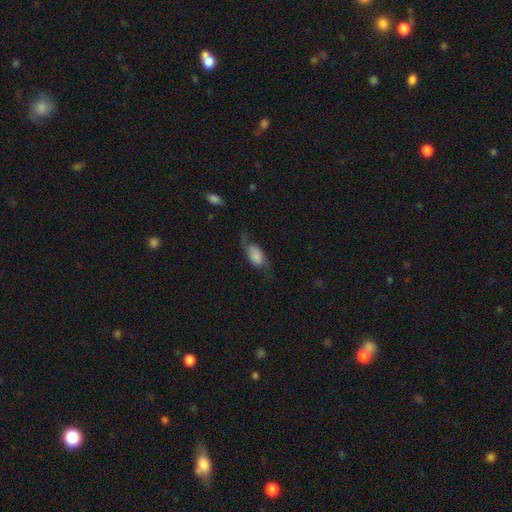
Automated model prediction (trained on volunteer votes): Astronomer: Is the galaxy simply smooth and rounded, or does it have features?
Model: smooth — 58% (runner-up: featured or disk, 34%).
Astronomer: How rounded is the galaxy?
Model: in between — 89%.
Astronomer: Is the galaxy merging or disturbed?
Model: none — 43% (runner-up: minor disturbance, 28%).